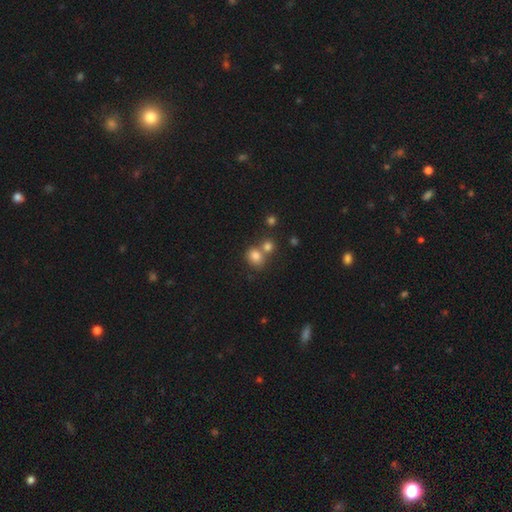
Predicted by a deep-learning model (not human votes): smooth-or-featured: smooth: 80% | star or artifact: 12% | featured or disk: 8%
  how-rounded: round: 63% | in between: 36% | cigar-shaped: 1%
  merging: none: 49% | merger: 38% | minor disturbance: 9% | major disturbance: 4%